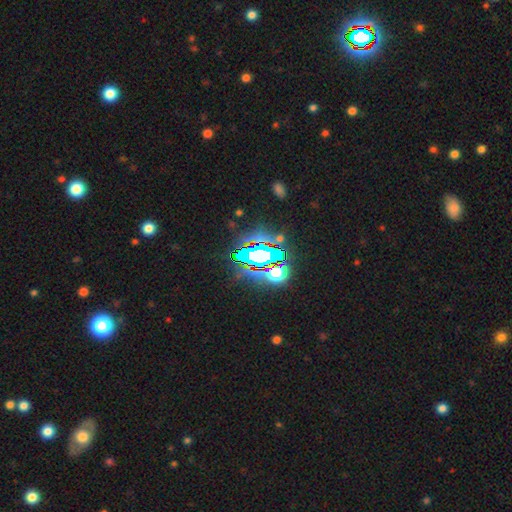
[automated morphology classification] type=star or artifact (77%).